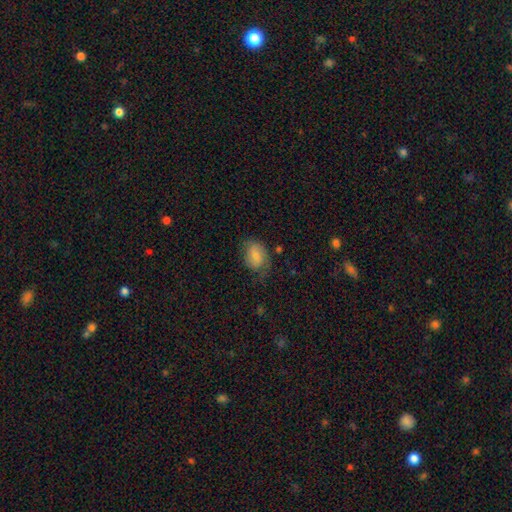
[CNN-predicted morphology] Smooth or featured?
  - smooth: 71% *
  - featured or disk: 21%
  - star or artifact: 8%
How rounded?
  - in between: 71% *
  - round: 28%
  - cigar-shaped: 1%
Merging?
  - none: 54% *
  - minor disturbance: 30%
  - major disturbance: 14%
  - merger: 2%